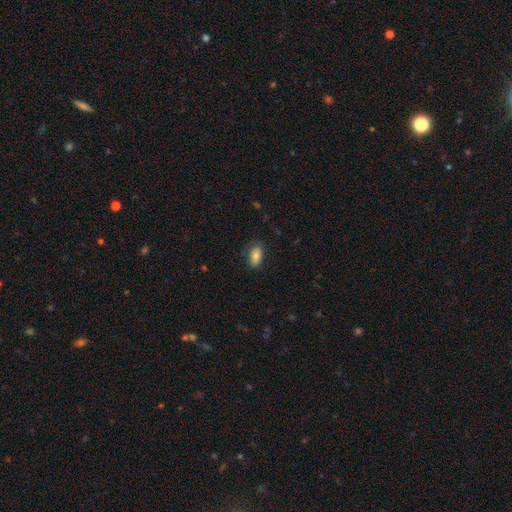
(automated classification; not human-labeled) A smooth galaxy with no disk features (79%) that is in between round and cigar-shaped (92%).

Vote fractions:
- Smooth or featured? smooth: 79% / featured or disk: 14% / star or artifact: 8%
- How rounded? in between: 92% / round: 5% / cigar-shaped: 3%
- Merging? none: 74% / minor disturbance: 19% / major disturbance: 5% / merger: 1%